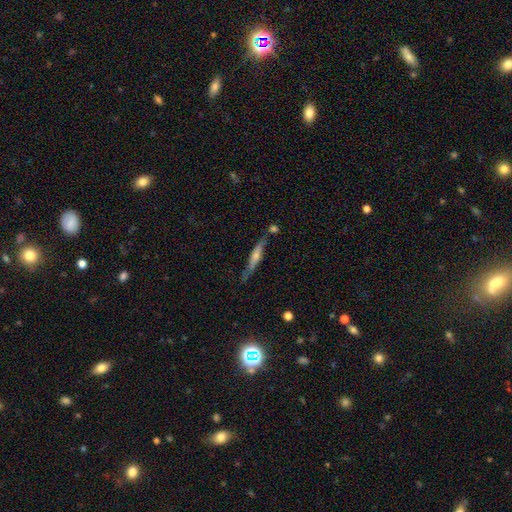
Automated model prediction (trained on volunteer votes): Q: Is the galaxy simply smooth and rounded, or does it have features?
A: featured or disk — 49%.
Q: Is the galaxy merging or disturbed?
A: none — 68%.